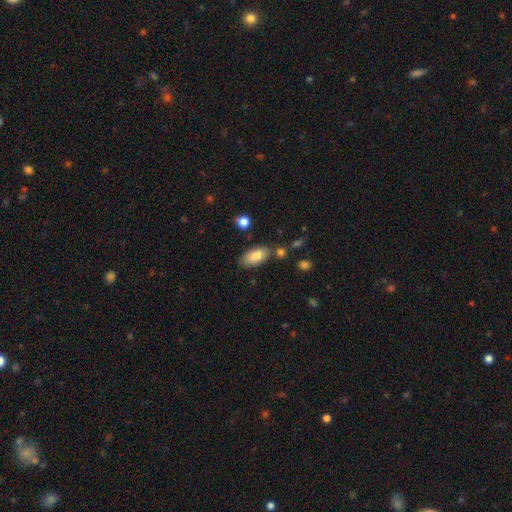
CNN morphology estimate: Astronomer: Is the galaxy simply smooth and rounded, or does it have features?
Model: smooth — 81%.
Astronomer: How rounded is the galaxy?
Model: in between — 92%.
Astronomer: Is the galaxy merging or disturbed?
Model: none — 74%.